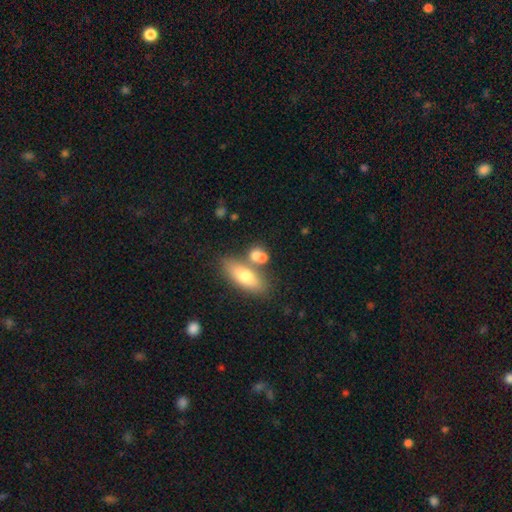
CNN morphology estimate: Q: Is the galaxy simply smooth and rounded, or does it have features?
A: smooth — 71%.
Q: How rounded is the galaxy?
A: in between — 55%.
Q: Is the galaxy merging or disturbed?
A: none — 44%.